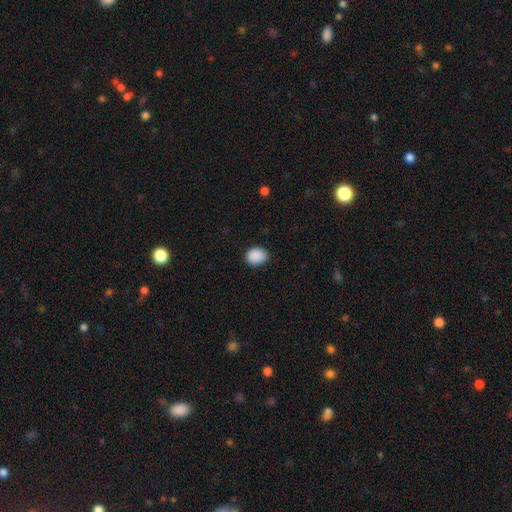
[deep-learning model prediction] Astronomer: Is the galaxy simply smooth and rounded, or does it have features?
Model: smooth — 90%.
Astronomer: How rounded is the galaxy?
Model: round — 58% (runner-up: in between, 41%).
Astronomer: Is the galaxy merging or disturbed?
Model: none — 84%.